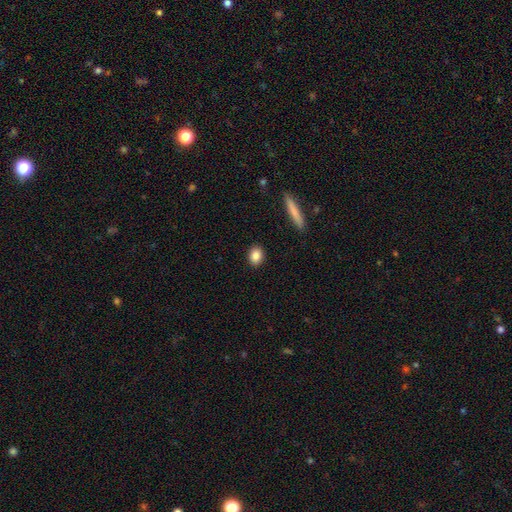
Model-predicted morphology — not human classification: This is clearly a smooth galaxy (85%). How rounded: possibly in between (59%). Merging: clearly none (91%).